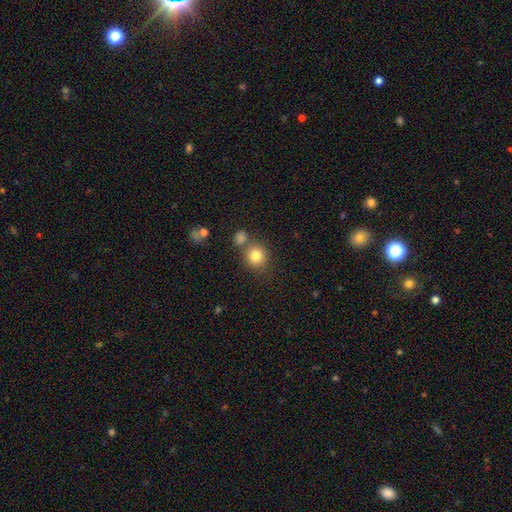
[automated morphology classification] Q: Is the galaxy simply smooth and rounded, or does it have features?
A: smooth — 81%.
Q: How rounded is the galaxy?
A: round — 87%.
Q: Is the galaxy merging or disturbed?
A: none — 69%.